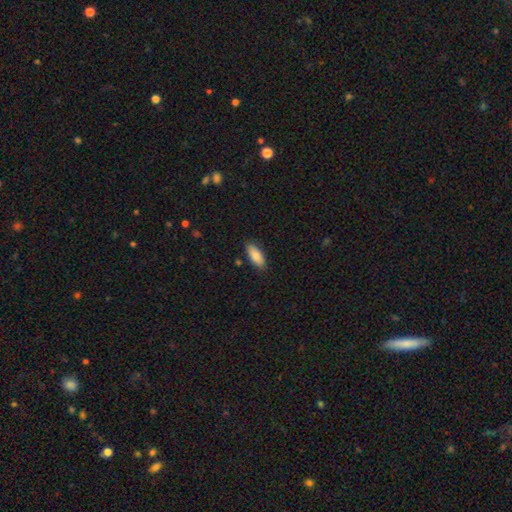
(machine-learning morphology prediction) Smooth or featured?
  - smooth: 87% *
  - featured or disk: 7%
  - star or artifact: 6%
How rounded?
  - in between: 82% *
  - cigar-shaped: 17%
  - round: 2%
Merging?
  - none: 86% *
  - minor disturbance: 11%
  - major disturbance: 2%
  - merger: 1%